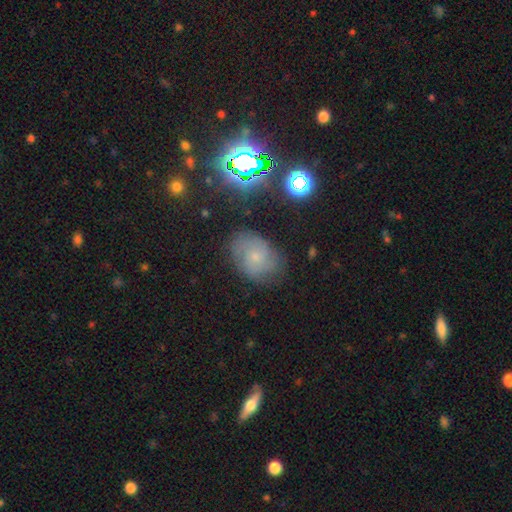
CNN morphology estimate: A featured or disk galaxy (49%). Merging: none (69%).